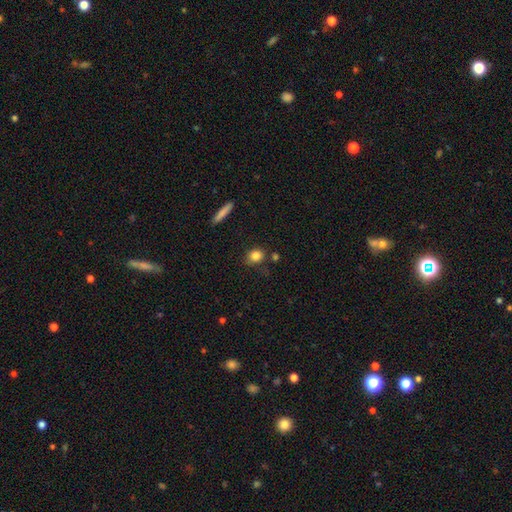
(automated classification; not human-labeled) A smooth galaxy with no disk features (84%) that is round (57%). Merging: none (70%).